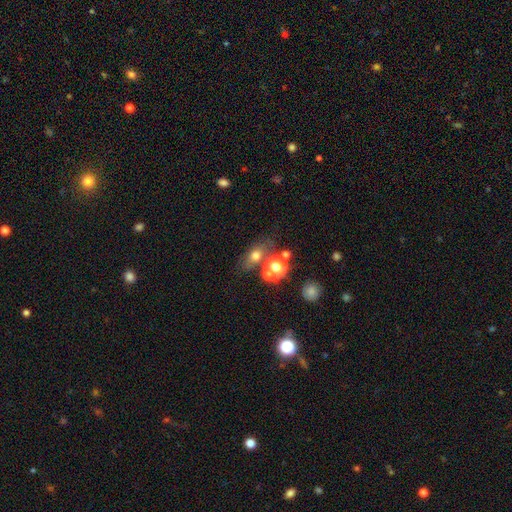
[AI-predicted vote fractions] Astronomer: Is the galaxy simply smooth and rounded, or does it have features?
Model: smooth — 63%.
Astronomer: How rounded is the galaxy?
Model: in between — 56% (runner-up: round, 40%).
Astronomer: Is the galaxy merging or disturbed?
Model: none — 59%.